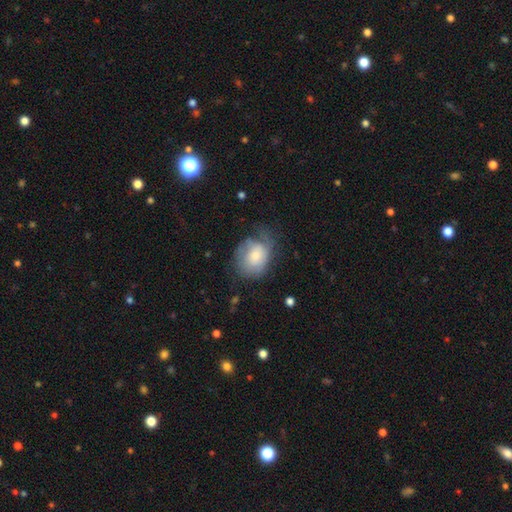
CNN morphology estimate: Q: Smooth or featured?
A: smooth (57%); runner-up: featured or disk (35%)
Q: How rounded?
A: in between (60%); runner-up: round (39%)
Q: Merging?
A: none (39%); runner-up: minor disturbance (33%)